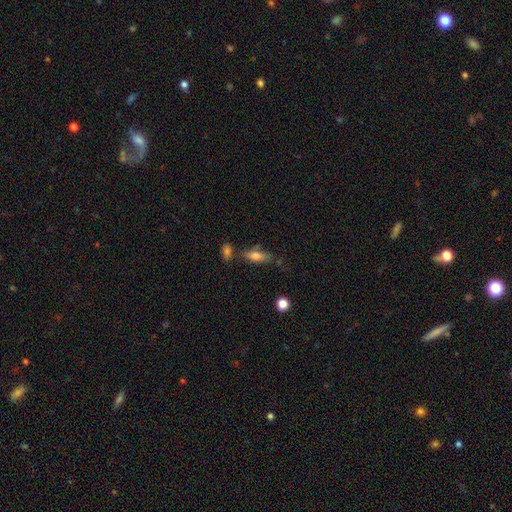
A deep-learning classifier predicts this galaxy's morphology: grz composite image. It shows a smooth galaxy with no disk features (72%) that is in between round and cigar-shaped (64%). Merging: none (56%).